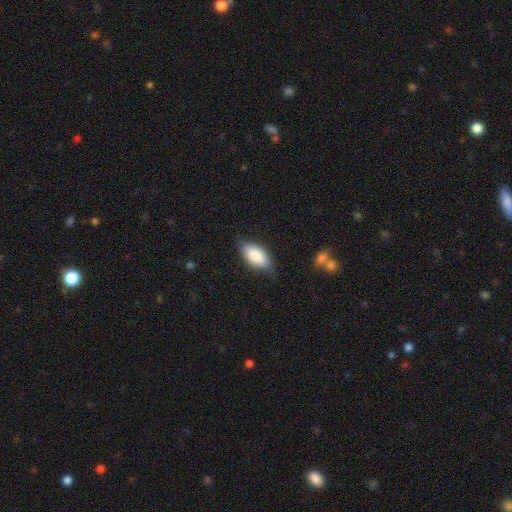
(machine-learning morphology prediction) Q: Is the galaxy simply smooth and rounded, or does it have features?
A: smooth — 81%.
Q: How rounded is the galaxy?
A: in between — 89%.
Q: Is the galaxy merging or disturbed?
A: none — 69%.